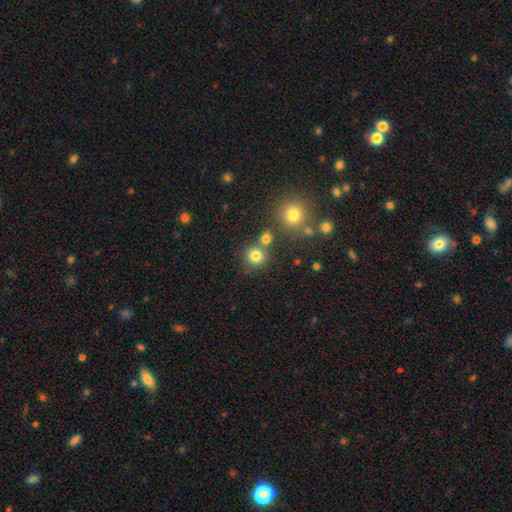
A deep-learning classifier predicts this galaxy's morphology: A smooth galaxy with no disk features (79%) that is round (91%). Merging: none (69%).